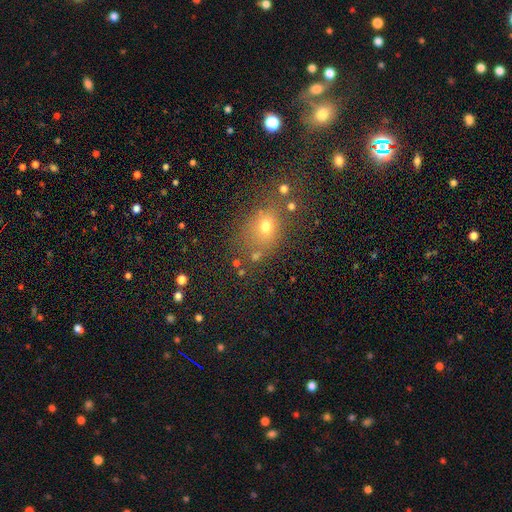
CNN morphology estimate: Smooth or featured? smooth (63%)
How rounded? round (54%)
Merging? none (63%)